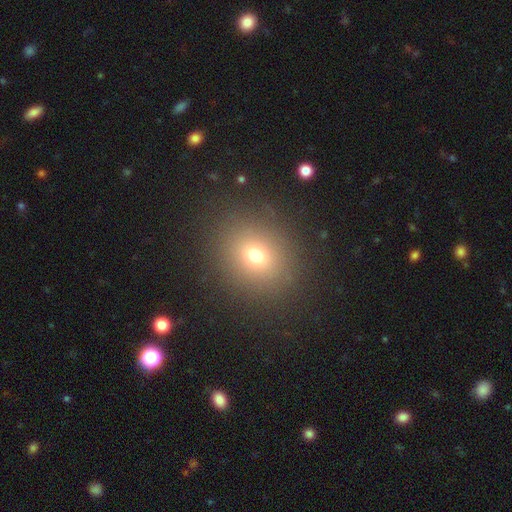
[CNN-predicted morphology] smooth-or-featured: smooth: 70% | star or artifact: 19% | featured or disk: 11%
  how-rounded: round: 73% | in between: 26% | cigar-shaped: 1%
  merging: none: 87% | minor disturbance: 8% | major disturbance: 4% | merger: 1%